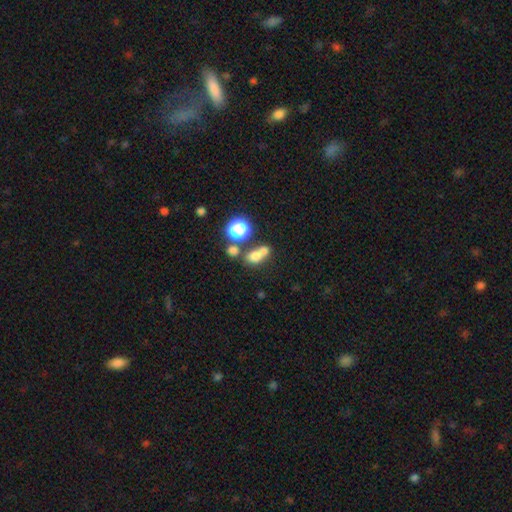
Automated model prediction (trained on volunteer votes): Smooth or featured: smooth — 68% (star or artifact — 18%)
How rounded: in between — 50% (round — 48%)
Merging: merger — 47% (none — 37%)